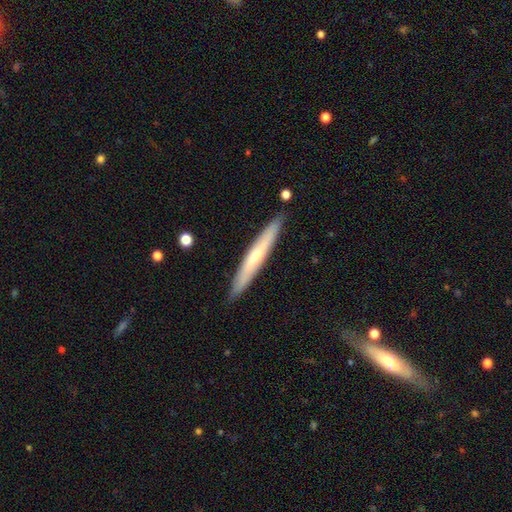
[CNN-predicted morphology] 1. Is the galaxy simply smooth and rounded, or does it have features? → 49% smooth, 45% featured or disk, 5% star or artifact.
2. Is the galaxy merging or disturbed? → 89% none, 8% minor disturbance, 1% major disturbance, 1% merger.